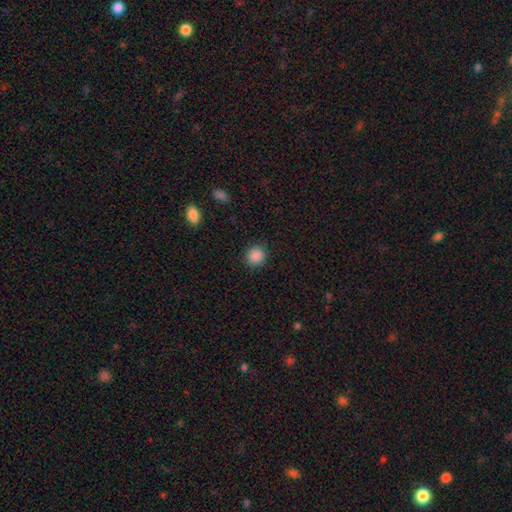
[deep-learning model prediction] Smooth or featured? smooth (88%)
How rounded? round (89%)
Merging? none (90%)